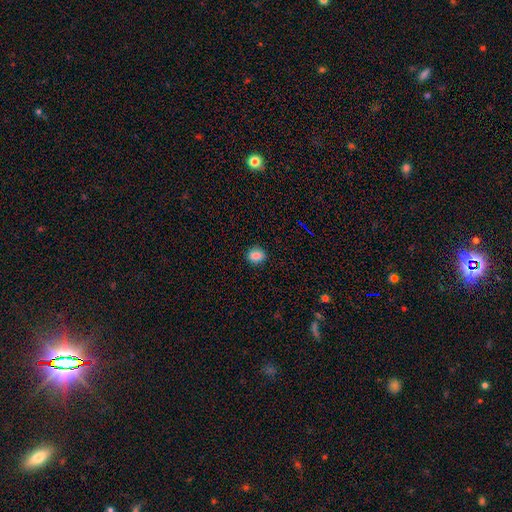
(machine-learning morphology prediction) Smooth or featured? smooth (86%)
How rounded? round (60%)
Merging? none (87%)